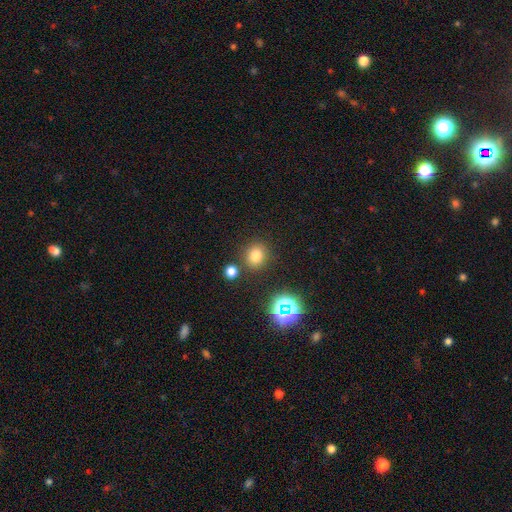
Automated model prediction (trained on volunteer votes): Morphology: type=smooth (75%); roundness=round (78%); merging=none (81%).